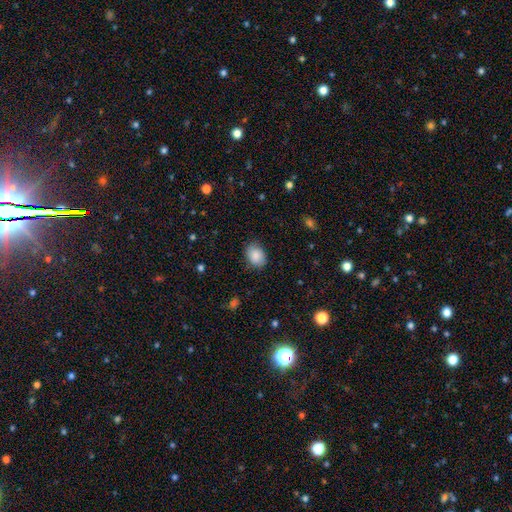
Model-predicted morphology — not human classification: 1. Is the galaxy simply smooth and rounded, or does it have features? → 86% smooth, 7% star or artifact, 7% featured or disk.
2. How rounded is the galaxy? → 67% in between, 32% round, 1% cigar-shaped.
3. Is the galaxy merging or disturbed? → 81% none, 15% minor disturbance, 3% major disturbance, 1% merger.